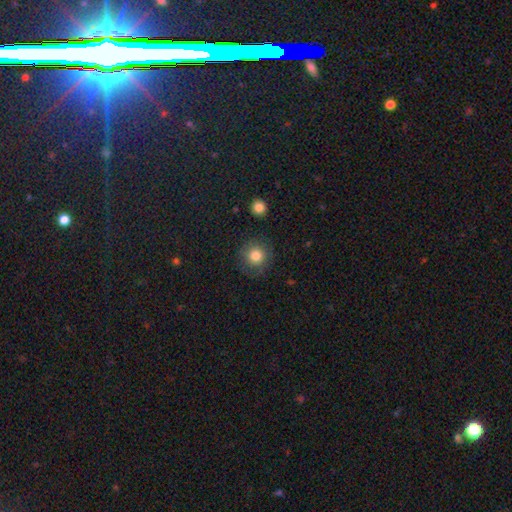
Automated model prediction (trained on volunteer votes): smooth 81%, star or artifact 10%, featured or disk 9%. Down the decision tree: how rounded — round (93%); merging — none (83%).